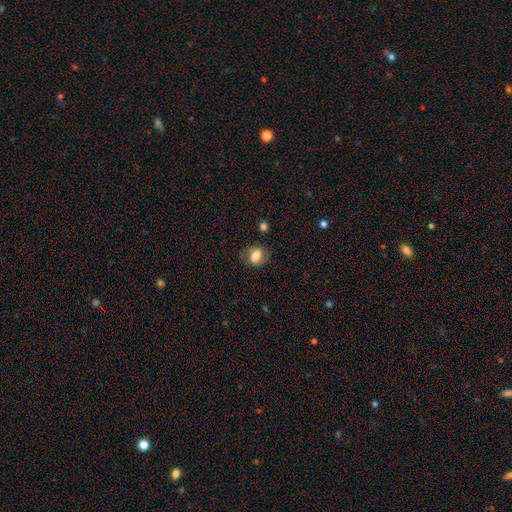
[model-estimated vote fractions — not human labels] Overall: smooth (71%). How rounded: in between (57%; round 42%). Merging: none (73%).